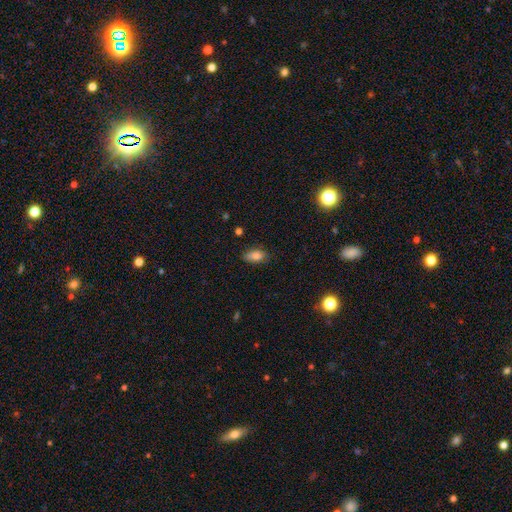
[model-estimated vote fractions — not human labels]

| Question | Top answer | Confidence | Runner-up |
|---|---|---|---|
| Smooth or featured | smooth | 81% | star or artifact (9%) |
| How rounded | in between | 87% | cigar-shaped (7%) |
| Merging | none | 72% | minor disturbance (22%) |